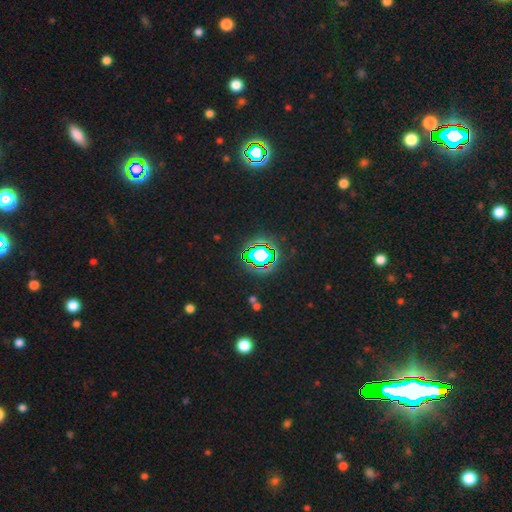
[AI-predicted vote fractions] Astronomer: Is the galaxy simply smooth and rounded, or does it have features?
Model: star or artifact — 77%.